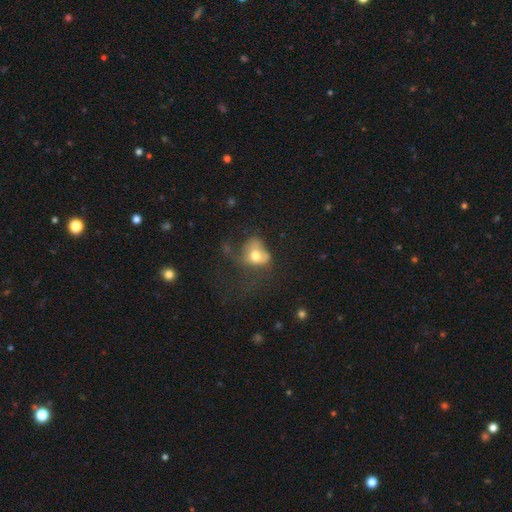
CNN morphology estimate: smooth_or_featured: smooth (p=0.65) [alt: featured or disk p=0.25]
how_rounded: in between (p=0.58) [alt: round p=0.41]
merging: major disturbance (p=0.43) [alt: none p=0.26]